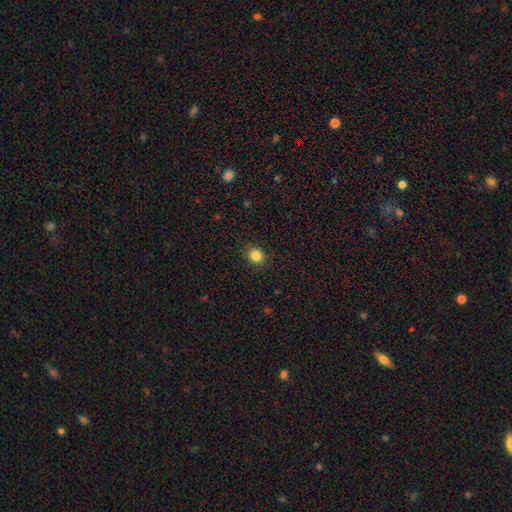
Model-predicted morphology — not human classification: Smooth or featured? smooth (84%)
How rounded? round (83%)
Merging? none (90%)